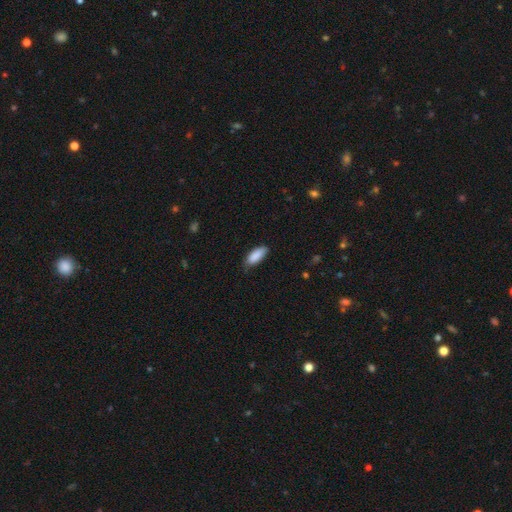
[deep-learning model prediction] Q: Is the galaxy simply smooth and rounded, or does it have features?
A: smooth — 88%.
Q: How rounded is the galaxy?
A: in between — 77%.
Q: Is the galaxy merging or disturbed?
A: none — 67%.